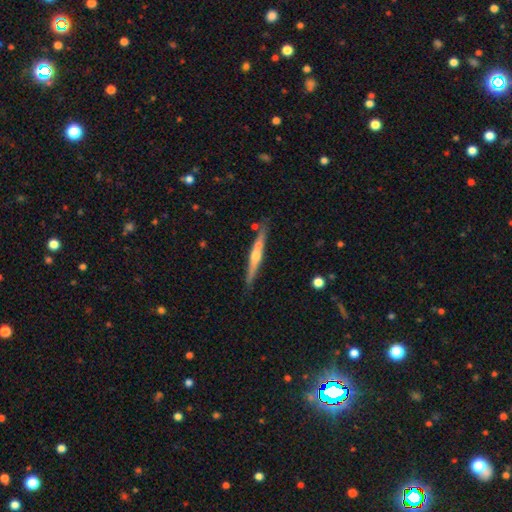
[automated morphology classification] Smooth or featured? featured or disk (65%)
Edge-on disk? yes (96%)
Edge-on bulge? rounded (80%)
Merging? none (75%)